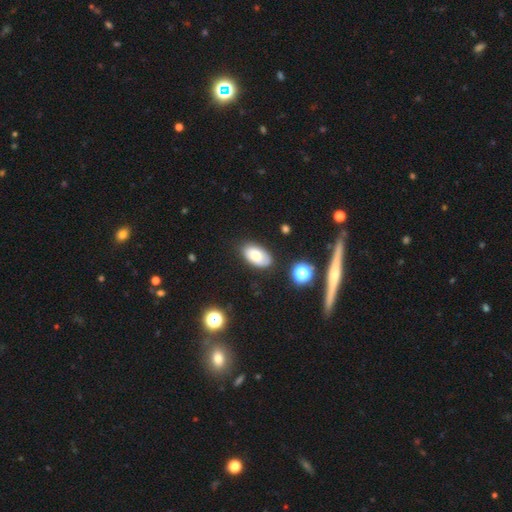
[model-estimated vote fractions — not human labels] smooth-or-featured: smooth: 74% | featured or disk: 17% | star or artifact: 9%
  how-rounded: in between: 92% | round: 6% | cigar-shaped: 2%
  merging: none: 81% | minor disturbance: 14% | major disturbance: 3% | merger: 2%